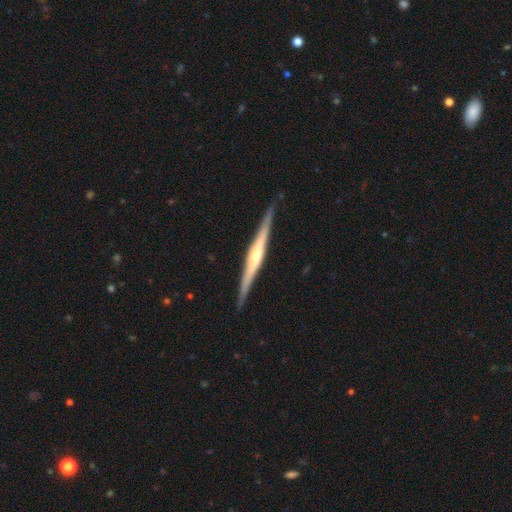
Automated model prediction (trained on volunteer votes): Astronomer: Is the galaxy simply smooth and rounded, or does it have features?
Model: featured or disk — 83%.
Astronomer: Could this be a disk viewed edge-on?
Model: yes — 98%.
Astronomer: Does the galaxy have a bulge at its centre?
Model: rounded — 71%.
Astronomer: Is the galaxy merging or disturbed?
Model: none — 89%.